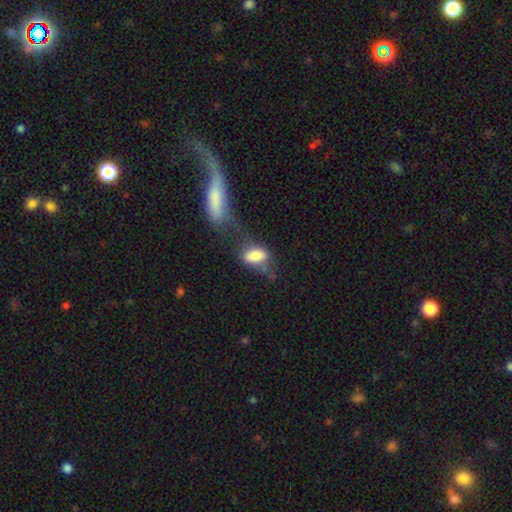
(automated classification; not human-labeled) smooth_or_featured: smooth (p=0.76) [alt: featured or disk p=0.16]
how_rounded: in between (p=0.87) [alt: round p=0.08]
merging: none (p=0.30) [alt: merger p=0.27]